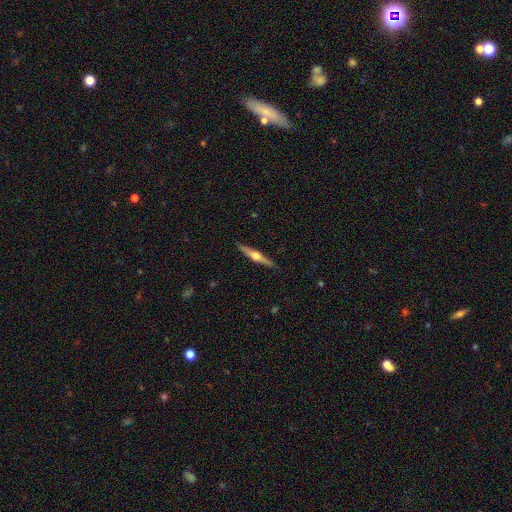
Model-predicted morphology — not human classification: The model was most divided on "smooth or featured": featured or disk: 72%, smooth: 23%, star or artifact: 5%. More confident: edge-on disk — yes (98%); edge-on bulge — rounded (94%); merging — none (90%).